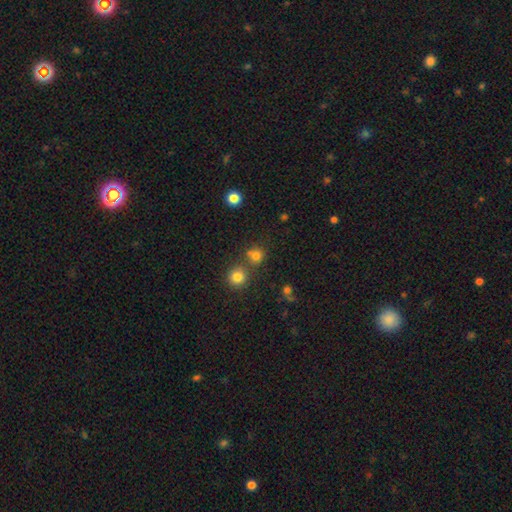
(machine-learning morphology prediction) Q: Smooth or featured?
A: smooth (76%); runner-up: star or artifact (18%)
Q: How rounded?
A: round (86%); runner-up: in between (13%)
Q: Merging?
A: none (65%); runner-up: merger (22%)